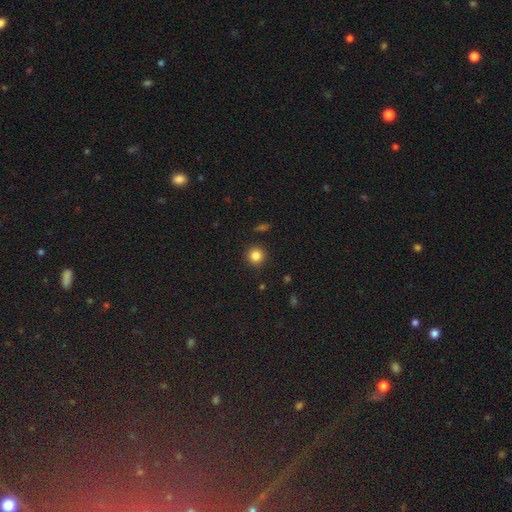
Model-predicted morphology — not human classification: This is clearly a smooth galaxy (84%). How rounded: clearly round (94%). Merging: clearly none (91%).